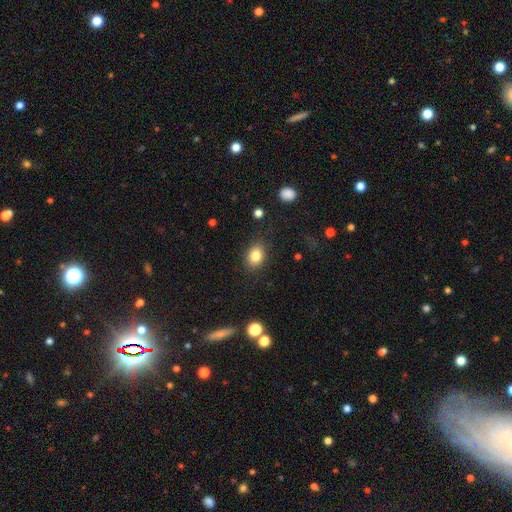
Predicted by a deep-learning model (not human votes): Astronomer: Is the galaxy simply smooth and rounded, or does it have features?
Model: smooth — 82%.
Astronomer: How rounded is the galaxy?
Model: in between — 67%.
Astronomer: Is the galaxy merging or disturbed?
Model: none — 84%.